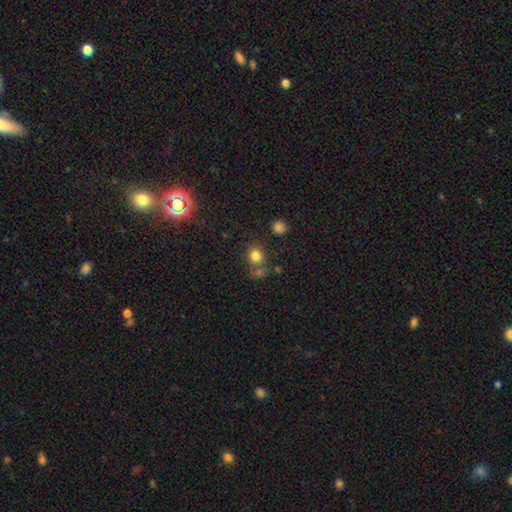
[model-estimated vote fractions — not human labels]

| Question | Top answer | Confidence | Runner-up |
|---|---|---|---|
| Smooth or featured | smooth | 79% | star or artifact (14%) |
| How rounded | round | 81% | in between (18%) |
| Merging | none | 66% | merger (17%) |